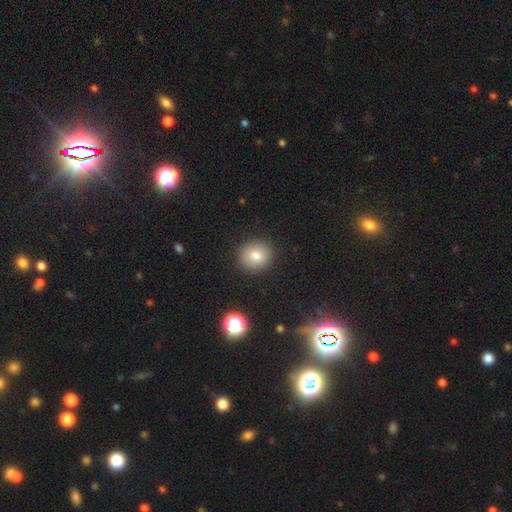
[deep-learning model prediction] Smooth or featured: smooth — 80% (star or artifact — 11%)
How rounded: round — 85% (in between — 14%)
Merging: none — 90% (minor disturbance — 7%)